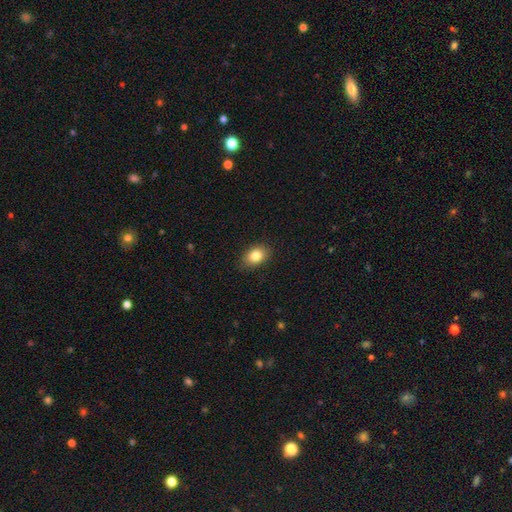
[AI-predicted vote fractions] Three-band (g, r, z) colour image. It shows a smooth galaxy with no disk features (83%) that is in between round and cigar-shaped (78%). Merging: none (86%).